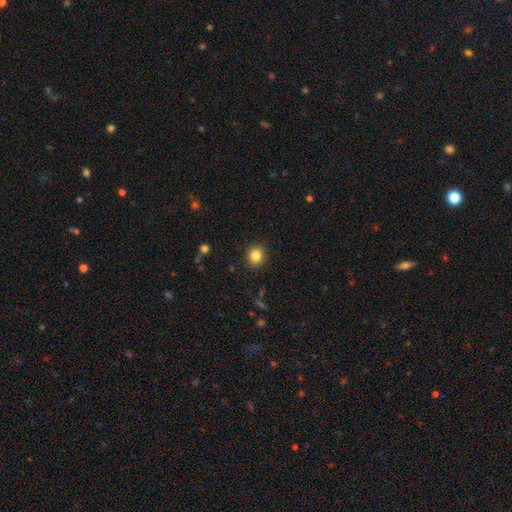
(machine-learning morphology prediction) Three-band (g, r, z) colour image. It shows a smooth galaxy with no disk features (84%) that is round (85%). Merging: none (90%).